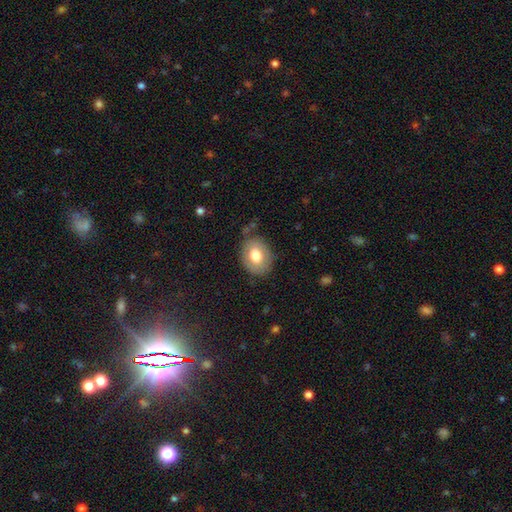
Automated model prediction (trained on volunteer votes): This is likely a smooth galaxy (73%). How rounded: possibly in between (59%). Merging: likely none (75%).